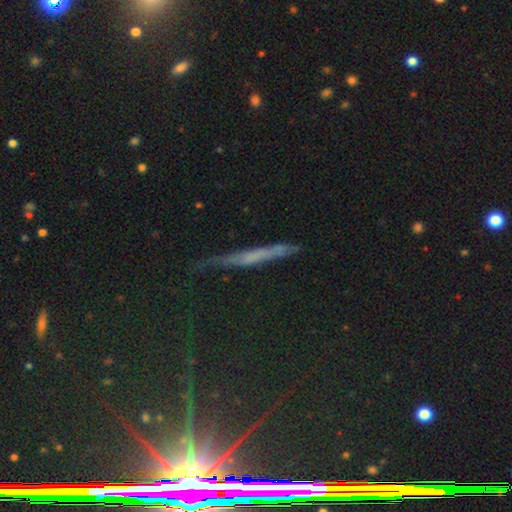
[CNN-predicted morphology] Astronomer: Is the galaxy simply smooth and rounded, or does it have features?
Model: featured or disk — 42% (runner-up: smooth, 34%).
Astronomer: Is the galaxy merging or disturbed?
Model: none — 73%.